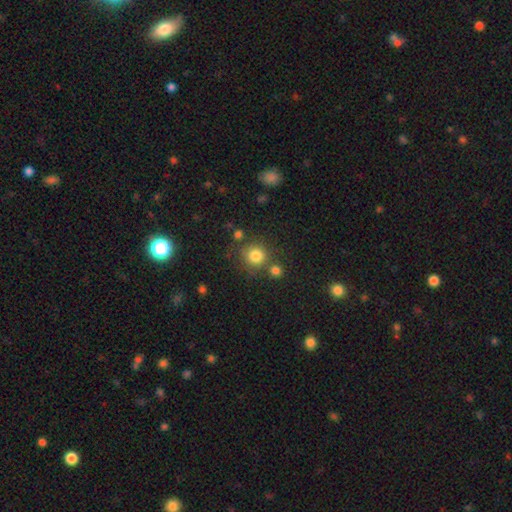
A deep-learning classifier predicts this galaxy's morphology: Smooth or featured? smooth (81%)
How rounded? round (90%)
Merging? none (70%)